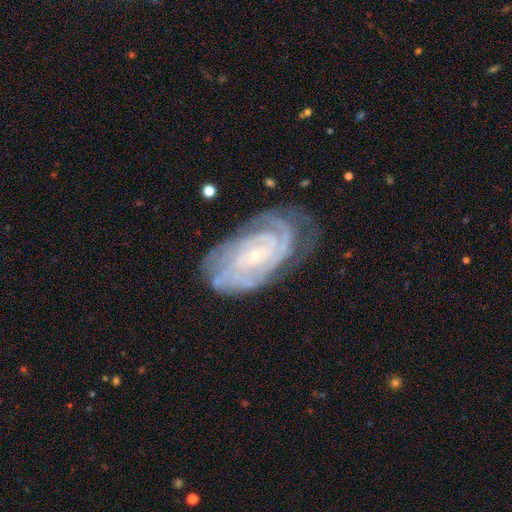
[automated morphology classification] A featured or disk galaxy (88%) with no bar (58%), tight (79%) spiral arms (98%) and a small central bulge (79%). Merging: none (70%).